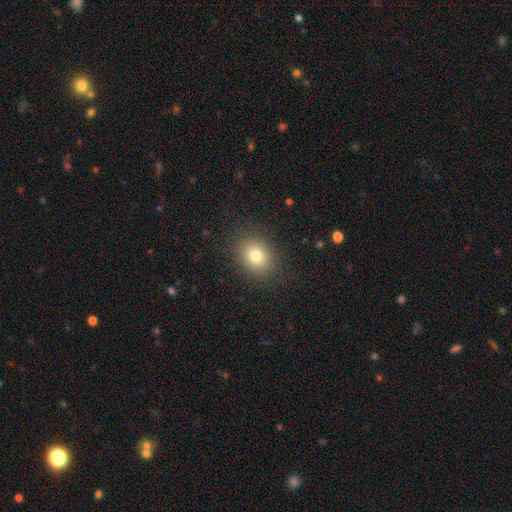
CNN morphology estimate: This appears to be a smooth galaxy with no disk features (79%) that is in between round and cigar-shaped (52%). Merging: none (86%).